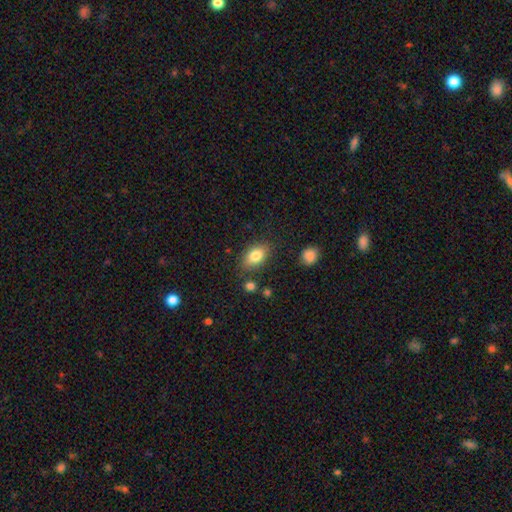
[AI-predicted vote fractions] Morphology: type=smooth (81%); roundness=in between (87%); merging=none (79%).